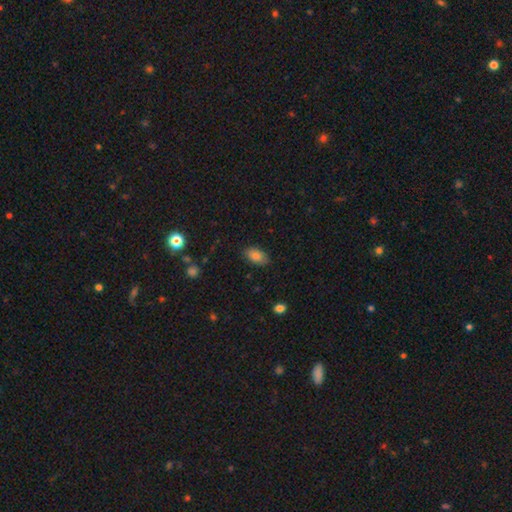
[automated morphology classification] Smooth or featured?
  - smooth: 82% *
  - featured or disk: 9%
  - star or artifact: 9%
How rounded?
  - in between: 91% *
  - round: 6%
  - cigar-shaped: 3%
Merging?
  - none: 84% *
  - minor disturbance: 13%
  - major disturbance: 3%
  - merger: 1%